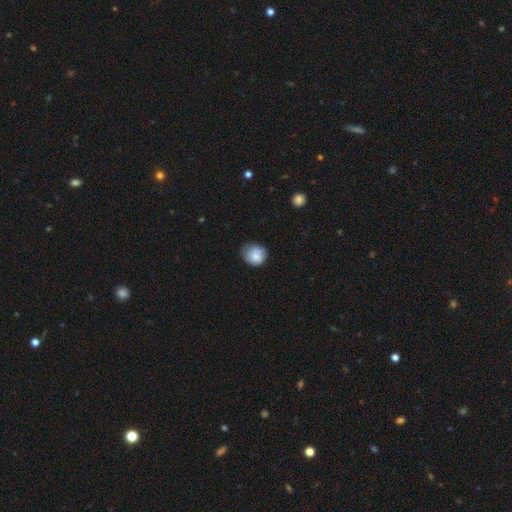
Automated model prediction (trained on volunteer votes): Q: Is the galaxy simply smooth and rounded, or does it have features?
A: smooth — 81%.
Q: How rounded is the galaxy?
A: round — 78%.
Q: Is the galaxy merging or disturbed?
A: none — 61%.